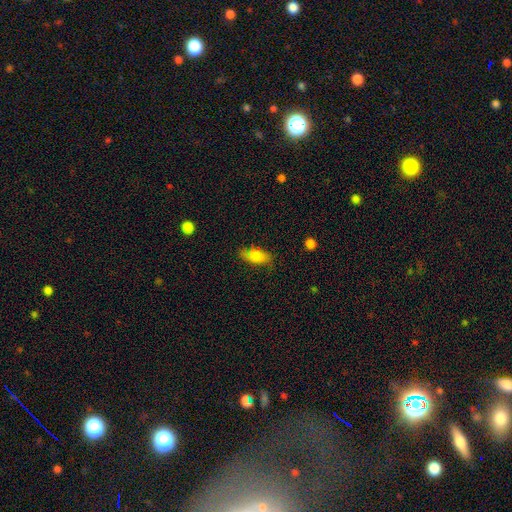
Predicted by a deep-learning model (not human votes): A smooth galaxy with no disk features (76%) that is in between round and cigar-shaped (83%).

Vote fractions:
- Smooth or featured? smooth: 76% / featured or disk: 15% / star or artifact: 8%
- How rounded? in between: 83% / cigar-shaped: 13% / round: 4%
- Merging? none: 70% / minor disturbance: 22% / major disturbance: 6% / merger: 2%